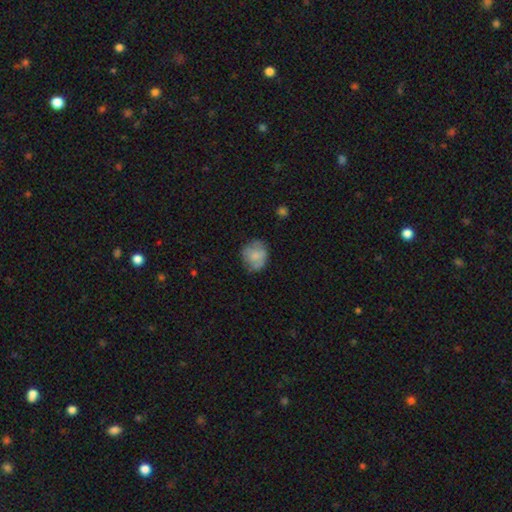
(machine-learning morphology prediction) Overall: smooth (68%). How rounded: round (75%). Merging: none (64%; minor disturbance 25%).